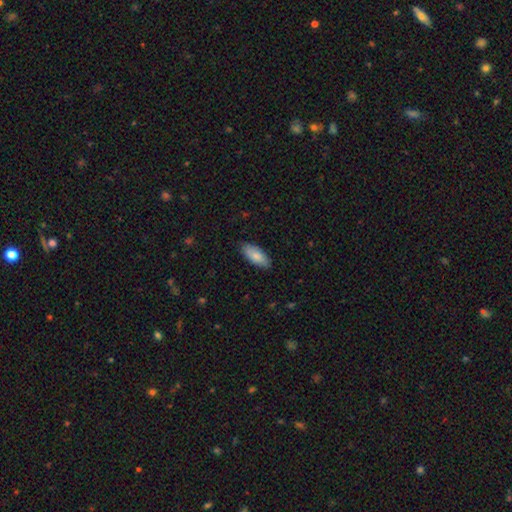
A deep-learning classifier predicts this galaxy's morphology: smooth_or_featured: smooth (p=0.84) [alt: featured or disk p=0.11]
how_rounded: in between (p=0.86) [alt: cigar-shaped p=0.13]
merging: none (p=0.85) [alt: minor disturbance p=0.12]